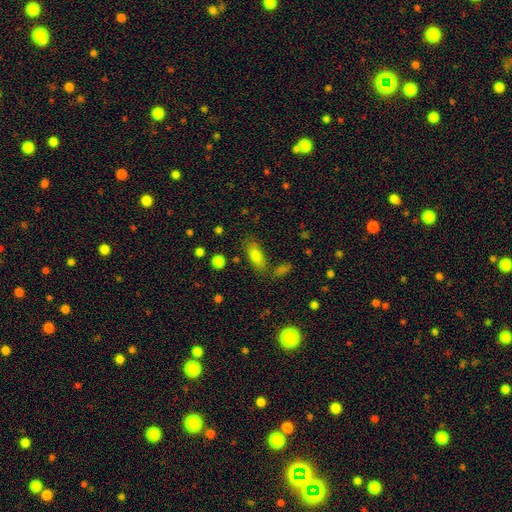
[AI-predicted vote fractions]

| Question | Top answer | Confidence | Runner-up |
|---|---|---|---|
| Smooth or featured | smooth | 81% | featured or disk (10%) |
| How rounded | in between | 80% | cigar-shaped (17%) |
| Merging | none | 68% | minor disturbance (15%) |